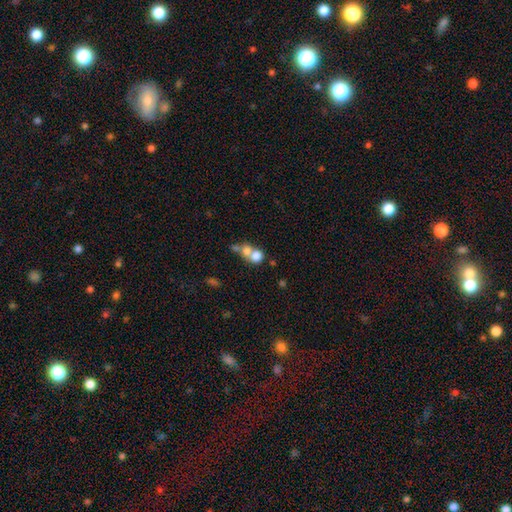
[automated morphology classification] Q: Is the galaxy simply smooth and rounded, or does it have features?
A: smooth — 72%.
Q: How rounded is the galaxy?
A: round — 75%.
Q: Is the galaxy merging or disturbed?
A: merger — 62%.